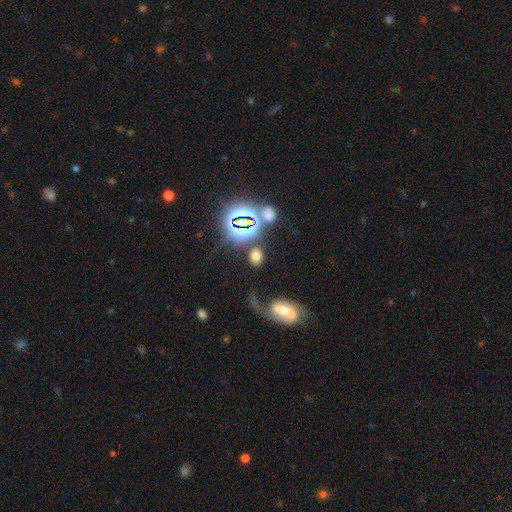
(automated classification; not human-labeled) smooth-or-featured: smooth: 62% | star or artifact: 25% | featured or disk: 13%
  how-rounded: in between: 69% | round: 29% | cigar-shaped: 2%
  merging: none: 67% | minor disturbance: 13% | merger: 10% | major disturbance: 10%